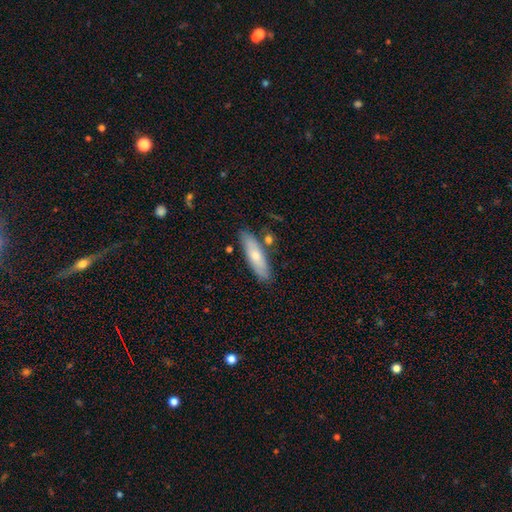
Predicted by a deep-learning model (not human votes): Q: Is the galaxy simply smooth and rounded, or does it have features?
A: smooth — 68%.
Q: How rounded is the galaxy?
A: cigar-shaped — 62%.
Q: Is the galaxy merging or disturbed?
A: none — 80%.